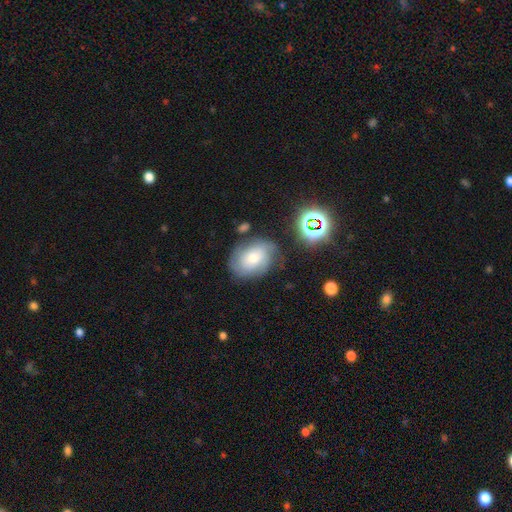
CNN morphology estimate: The model was most divided on "smooth or featured": featured or disk: 46%, smooth: 38%, star or artifact: 16%. More confident: merging — none (69%).